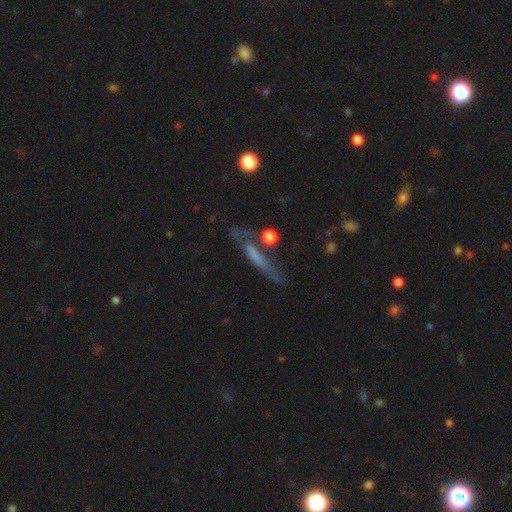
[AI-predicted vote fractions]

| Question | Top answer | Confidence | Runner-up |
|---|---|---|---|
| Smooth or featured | smooth | 46% | featured or disk (42%) |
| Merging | none | 55% | minor disturbance (21%) |